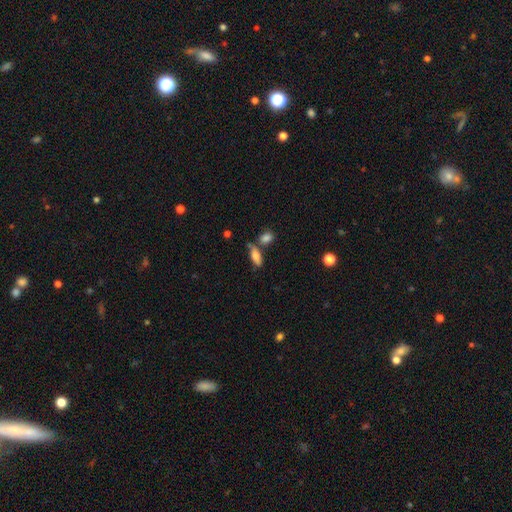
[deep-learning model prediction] Morphology: type=smooth (73%); roundness=in between (75%); merging=none (60%).